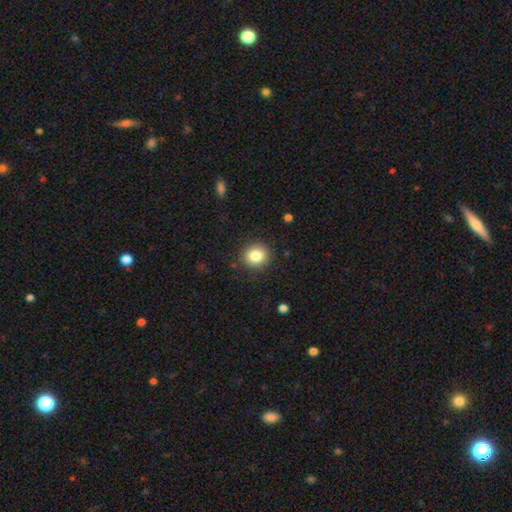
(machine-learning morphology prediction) The model was most divided on "smooth or featured": smooth: 83%, star or artifact: 10%, featured or disk: 7%. More confident: merging — none (90%); how rounded — round (88%).